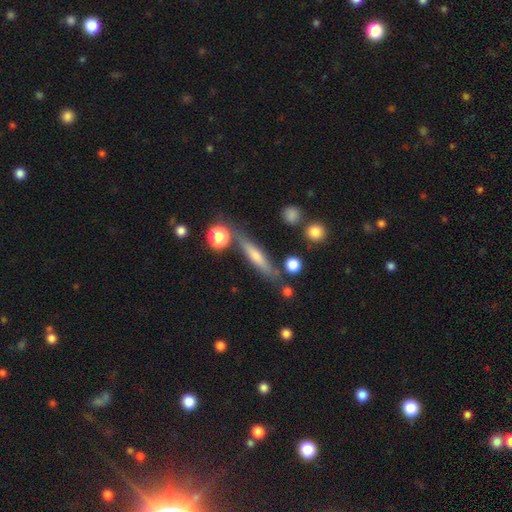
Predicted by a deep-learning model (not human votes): featured or disk 48%, smooth 44%, star or artifact 9%. Down the decision tree: merging — none (75%).